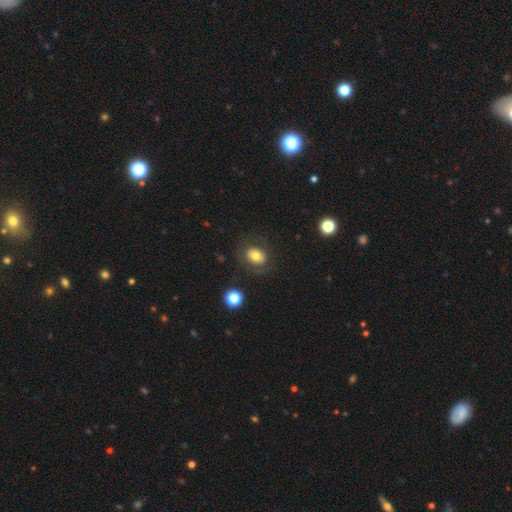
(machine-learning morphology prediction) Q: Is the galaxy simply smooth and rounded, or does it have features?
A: smooth — 68%.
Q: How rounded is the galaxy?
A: in between — 56%.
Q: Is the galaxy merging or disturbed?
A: none — 75%.